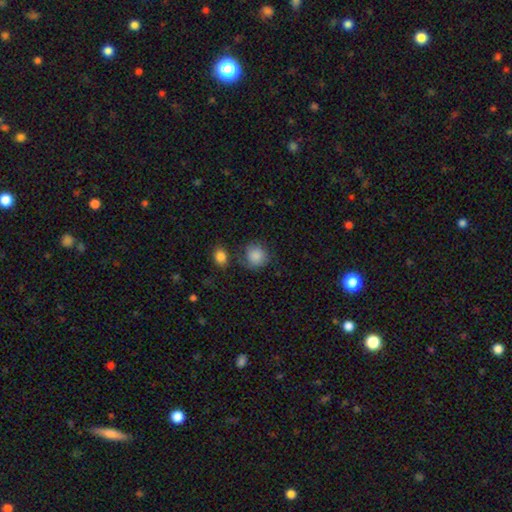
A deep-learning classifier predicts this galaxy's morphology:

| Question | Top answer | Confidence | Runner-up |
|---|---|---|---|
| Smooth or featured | smooth | 86% | star or artifact (8%) |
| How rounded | round | 85% | in between (14%) |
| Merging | none | 67% | minor disturbance (18%) |